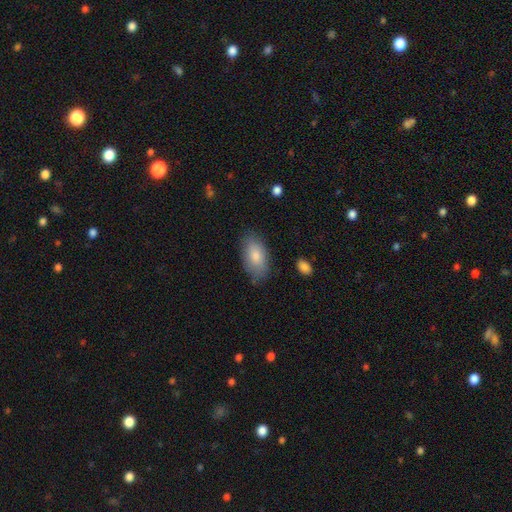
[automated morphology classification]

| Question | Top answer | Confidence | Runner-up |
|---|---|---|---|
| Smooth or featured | smooth | 82% | featured or disk (12%) |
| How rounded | in between | 93% | round (4%) |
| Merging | none | 78% | minor disturbance (16%) |